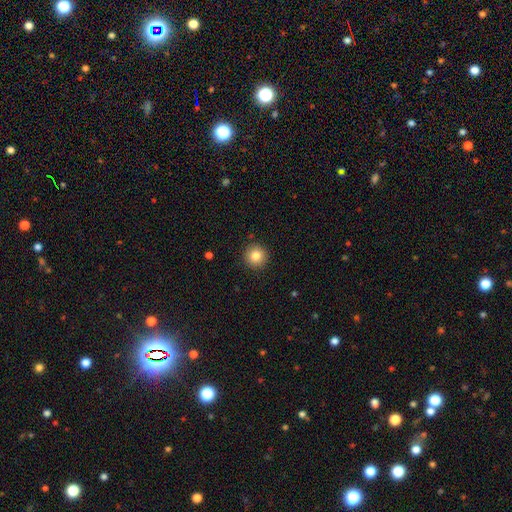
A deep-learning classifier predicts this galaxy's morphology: Q: Smooth or featured?
A: smooth (83%); runner-up: star or artifact (10%)
Q: How rounded?
A: round (95%); runner-up: in between (4%)
Q: Merging?
A: none (91%); runner-up: minor disturbance (6%)